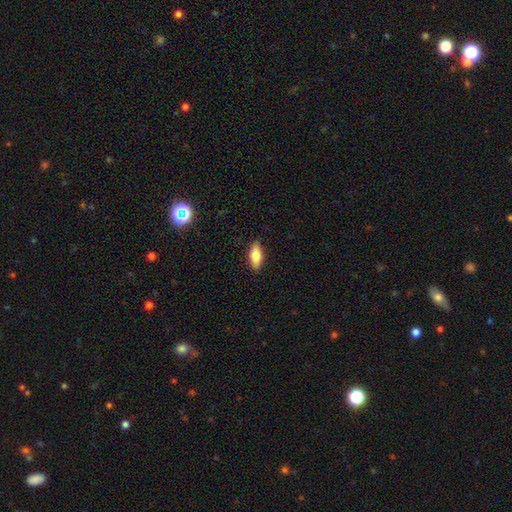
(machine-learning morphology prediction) Overall: smooth (76%). How rounded: in between (75%). Merging: none (88%).